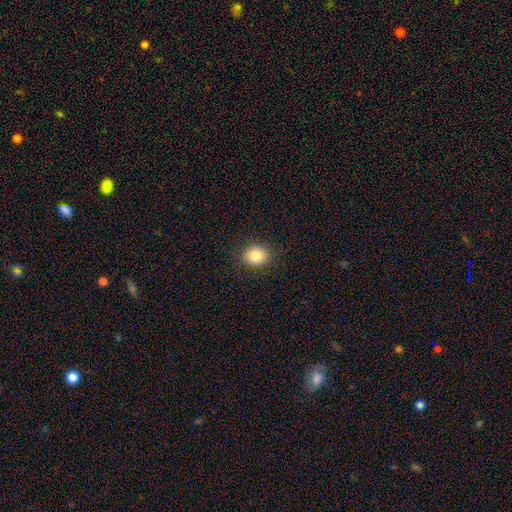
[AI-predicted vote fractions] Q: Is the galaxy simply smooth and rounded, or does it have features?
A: smooth — 84%.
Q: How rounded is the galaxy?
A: round — 80%.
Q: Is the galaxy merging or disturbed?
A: none — 89%.